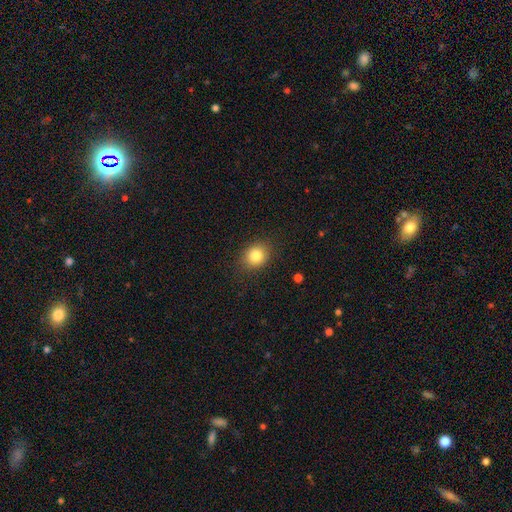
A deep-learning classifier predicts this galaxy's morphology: smooth-or-featured: smooth: 82% | star or artifact: 10% | featured or disk: 8%
  how-rounded: round: 63% | in between: 36% | cigar-shaped: 1%
  merging: none: 87% | minor disturbance: 9% | major disturbance: 3% | merger: 1%